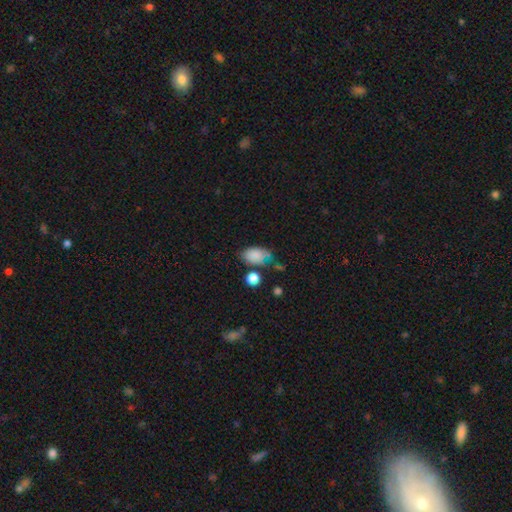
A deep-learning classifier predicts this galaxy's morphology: smooth_or_featured: smooth (p=0.82) [alt: star or artifact p=0.10]
how_rounded: in between (p=0.85) [alt: round p=0.13]
merging: none (p=0.54) [alt: minor disturbance p=0.24]